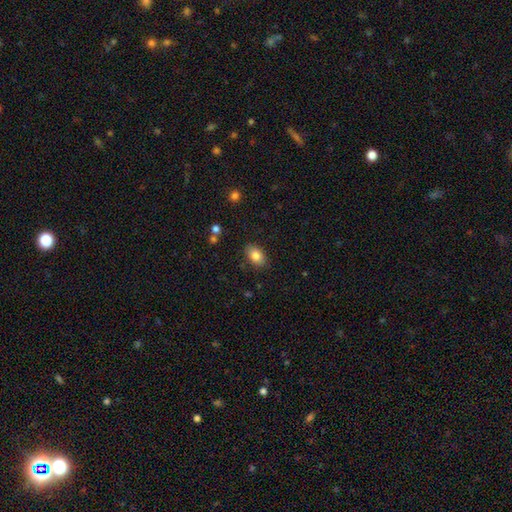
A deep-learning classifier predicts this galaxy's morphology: Q: Smooth or featured?
A: smooth (83%); runner-up: featured or disk (8%)
Q: How rounded?
A: in between (87%); runner-up: round (12%)
Q: Merging?
A: none (85%); runner-up: minor disturbance (11%)